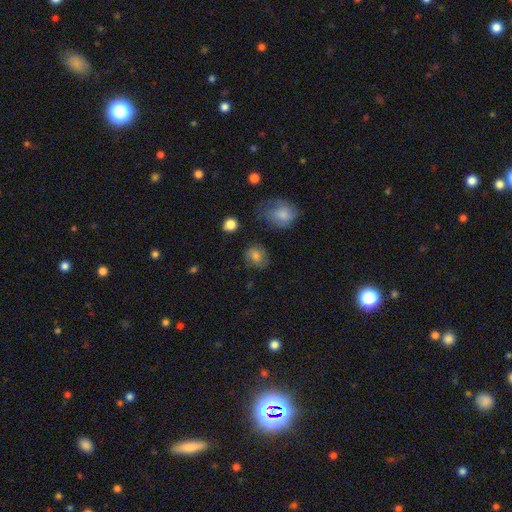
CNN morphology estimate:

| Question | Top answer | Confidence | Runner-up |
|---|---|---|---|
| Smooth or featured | smooth | 74% | featured or disk (15%) |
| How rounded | round | 64% | in between (35%) |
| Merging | none | 68% | minor disturbance (21%) |